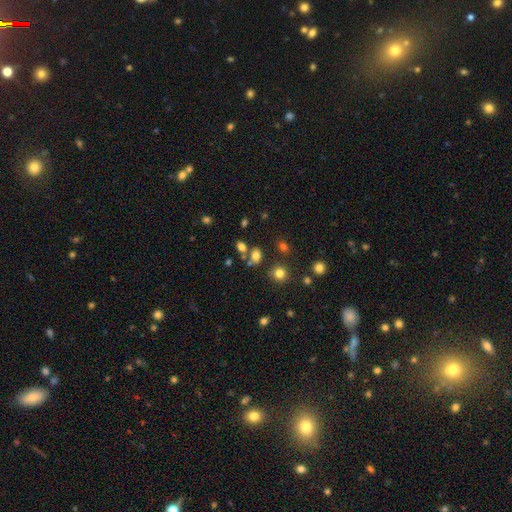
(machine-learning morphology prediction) This is likely a smooth galaxy (74%). How rounded: likely in between (67%). Merging: likely none (62%).